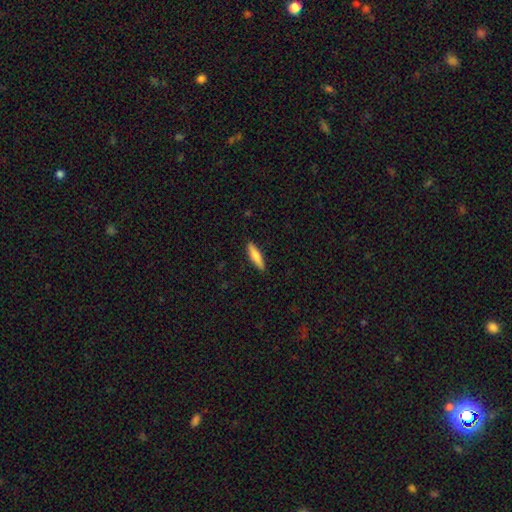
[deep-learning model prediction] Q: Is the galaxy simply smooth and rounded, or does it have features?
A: smooth — 72%.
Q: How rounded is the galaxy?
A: cigar-shaped — 72%.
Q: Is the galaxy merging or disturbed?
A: none — 90%.